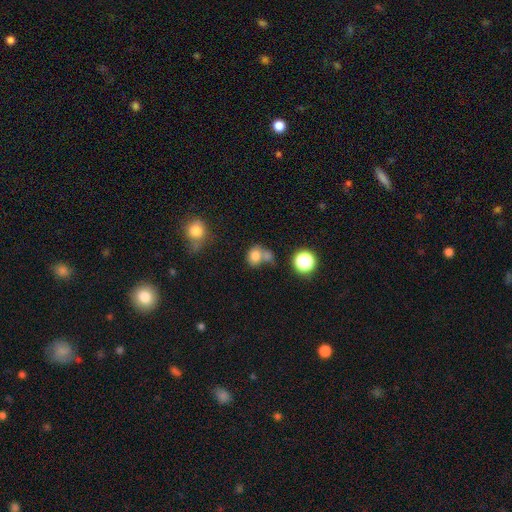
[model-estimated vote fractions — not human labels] smooth 78%, star or artifact 13%, featured or disk 9%. Down the decision tree: how rounded — round (57%); merging — merger (43%).